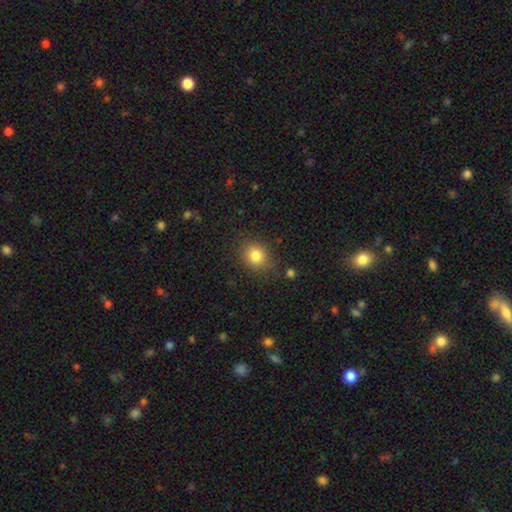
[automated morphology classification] smooth_or_featured: smooth (p=0.81) [alt: star or artifact p=0.12]
how_rounded: round (p=0.71) [alt: in between p=0.28]
merging: none (p=0.82) [alt: minor disturbance p=0.12]